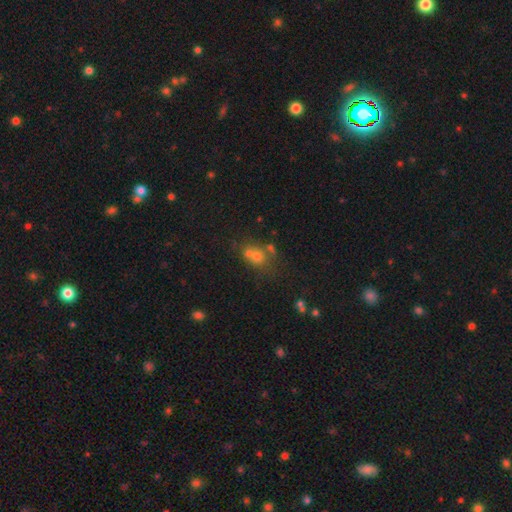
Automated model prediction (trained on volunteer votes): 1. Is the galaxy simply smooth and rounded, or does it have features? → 57% smooth, 25% star or artifact, 18% featured or disk.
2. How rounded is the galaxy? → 62% round, 36% in between, 2% cigar-shaped.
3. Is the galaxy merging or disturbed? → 44% merger, 39% none, 11% minor disturbance, 7% major disturbance.